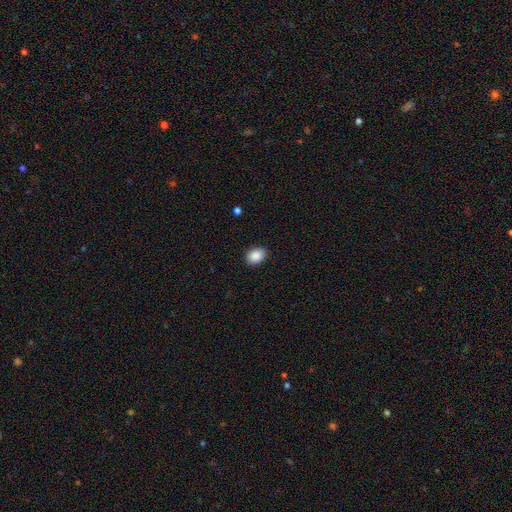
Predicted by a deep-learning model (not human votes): smooth-or-featured: smooth: 89% | star or artifact: 8% | featured or disk: 3%
  how-rounded: in between: 70% | round: 29% | cigar-shaped: 1%
  merging: none: 89% | minor disturbance: 8% | major disturbance: 2% | merger: 1%